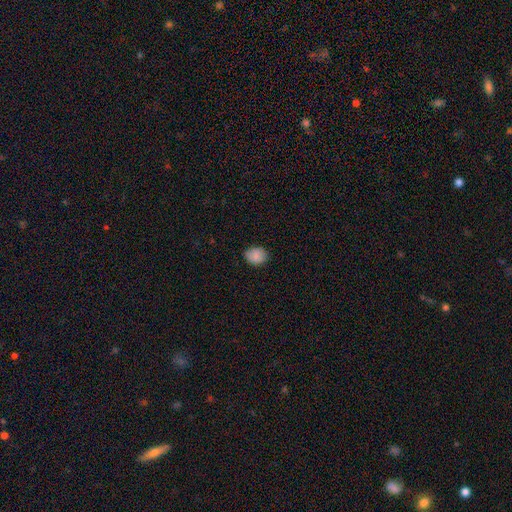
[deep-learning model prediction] A smooth galaxy with no disk features (87%) that is round (54%). Merging: none (83%).